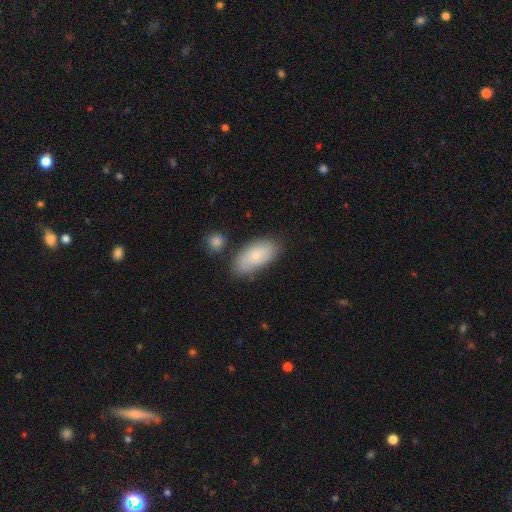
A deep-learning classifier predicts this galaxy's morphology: smooth 71%, featured or disk 22%, star or artifact 6%. Down the decision tree: how rounded — in between (93%); merging — none (72%).